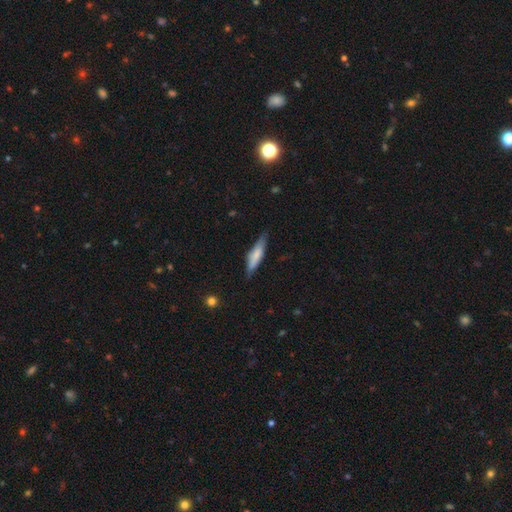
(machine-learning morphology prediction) This is likely a smooth galaxy (63%). How rounded: likely cigar-shaped (73%). Merging: likely none (78%).